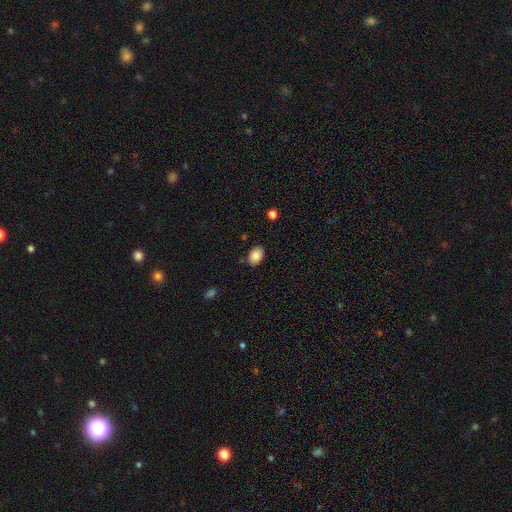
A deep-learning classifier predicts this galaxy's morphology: Smooth or featured?
  - smooth: 87% *
  - star or artifact: 8%
  - featured or disk: 6%
How rounded?
  - in between: 81% *
  - round: 18%
  - cigar-shaped: 1%
Merging?
  - none: 84% *
  - minor disturbance: 11%
  - major disturbance: 3%
  - merger: 2%